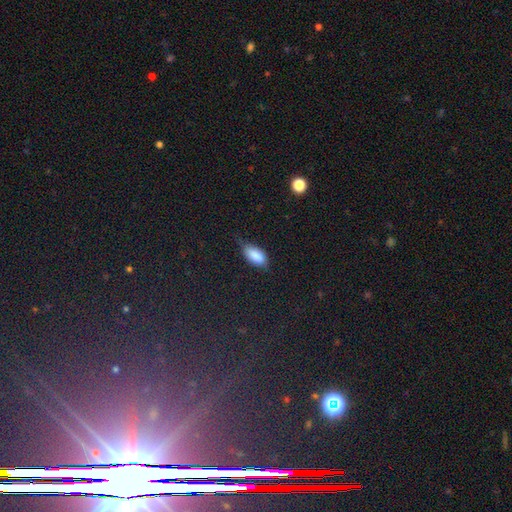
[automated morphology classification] smooth-or-featured: smooth: 83% | featured or disk: 9% | star or artifact: 8%
  how-rounded: in between: 87% | cigar-shaped: 10% | round: 3%
  merging: none: 50% | minor disturbance: 37% | major disturbance: 10% | merger: 2%